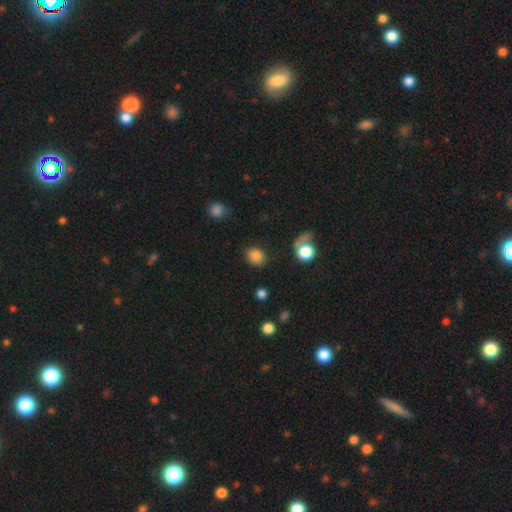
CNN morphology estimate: Smooth or featured? smooth (83%)
How rounded? round (61%)
Merging? none (82%)